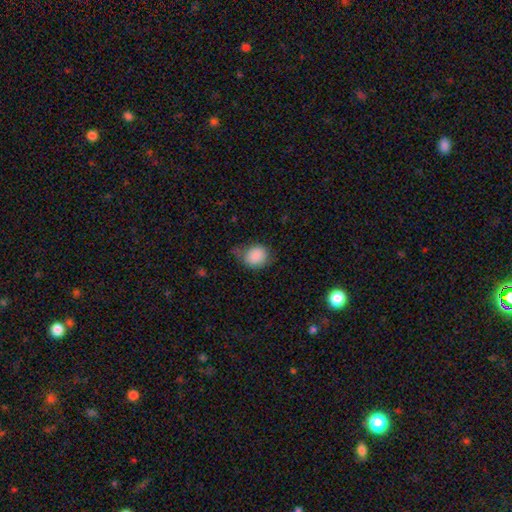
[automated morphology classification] Smooth or featured?
  - smooth: 86% *
  - star or artifact: 8%
  - featured or disk: 6%
How rounded?
  - round: 66% *
  - in between: 33%
  - cigar-shaped: 1%
Merging?
  - none: 50% *
  - minor disturbance: 34%
  - major disturbance: 13%
  - merger: 3%